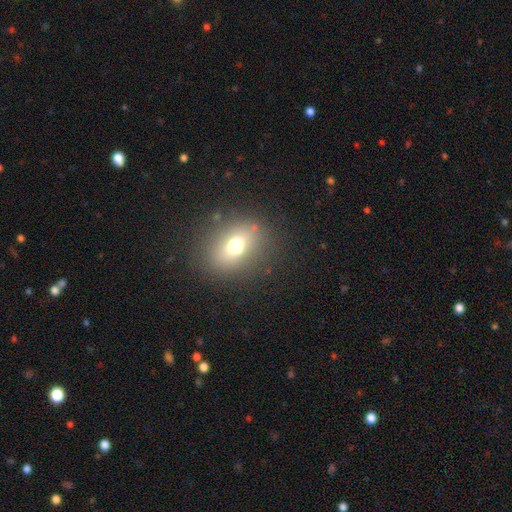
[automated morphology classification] Overall: smooth (56%; featured or disk 23%). How rounded: in between (60%; round 36%). Merging: none (88%).